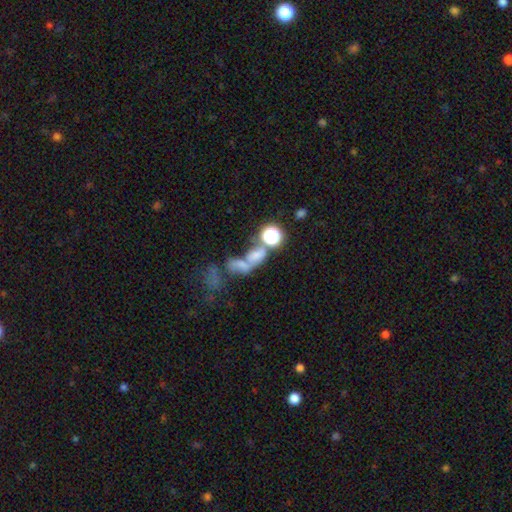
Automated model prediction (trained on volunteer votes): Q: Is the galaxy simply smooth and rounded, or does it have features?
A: smooth — 53%.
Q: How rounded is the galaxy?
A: in between — 66%.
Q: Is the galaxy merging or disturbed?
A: merger — 63%.